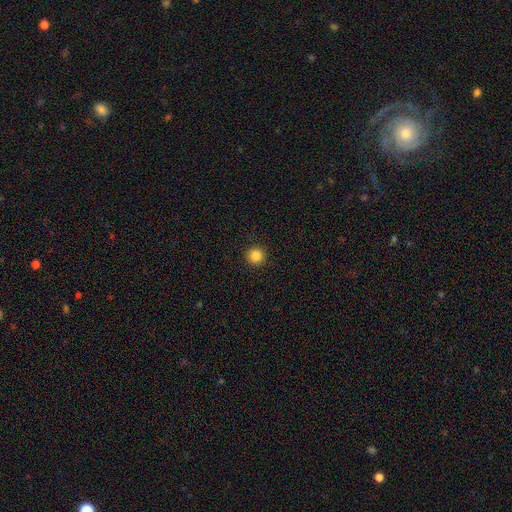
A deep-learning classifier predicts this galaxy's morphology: smooth 85%, star or artifact 11%, featured or disk 4%. Down the decision tree: how rounded — round (96%); merging — none (93%).